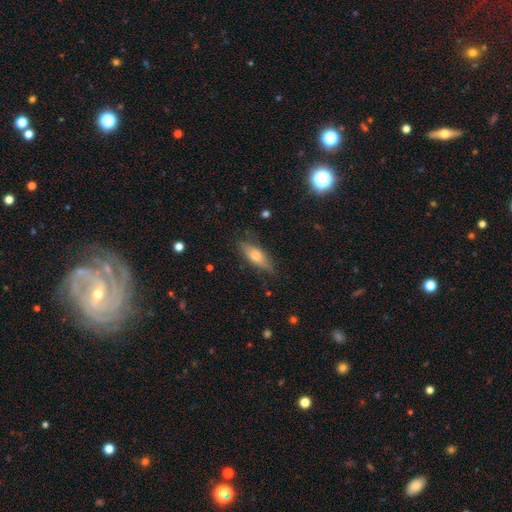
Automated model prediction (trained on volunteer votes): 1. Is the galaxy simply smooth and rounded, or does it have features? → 60% smooth, 33% featured or disk, 7% star or artifact.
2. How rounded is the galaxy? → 54% in between, 43% cigar-shaped, 3% round.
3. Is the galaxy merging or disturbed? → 77% none, 18% minor disturbance, 4% major disturbance, 1% merger.